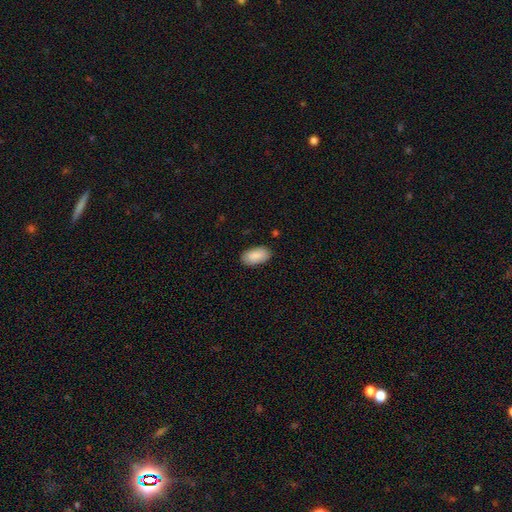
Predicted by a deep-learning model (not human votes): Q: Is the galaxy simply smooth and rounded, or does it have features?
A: smooth — 89%.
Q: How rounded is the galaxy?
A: in between — 95%.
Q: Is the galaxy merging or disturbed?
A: none — 87%.